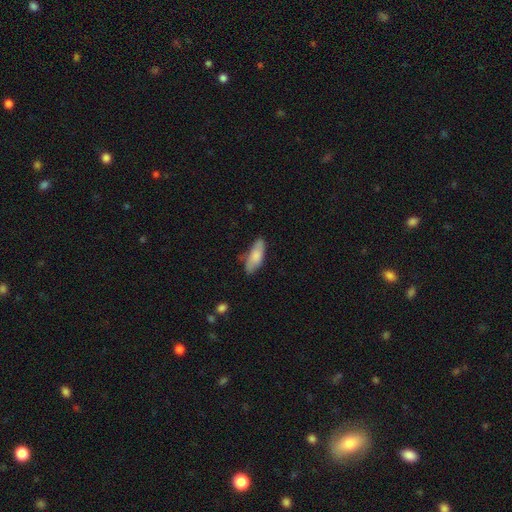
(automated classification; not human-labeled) smooth 79%, featured or disk 15%, star or artifact 6%. Down the decision tree: how rounded — in between (71%); merging — none (69%).